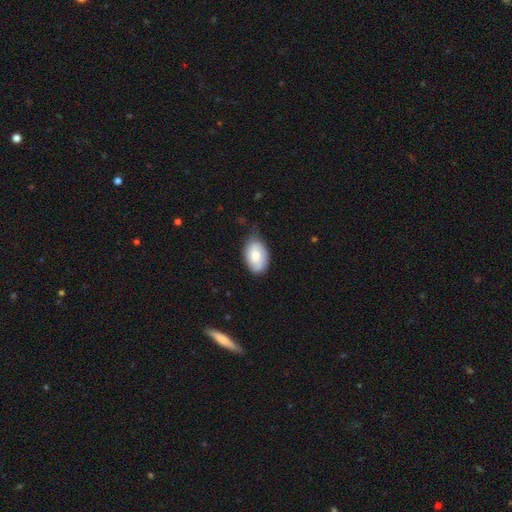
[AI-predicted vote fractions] Overall: smooth (66%; featured or disk 28%). How rounded: in between (89%). Merging: none (63%; minor disturbance 31%).